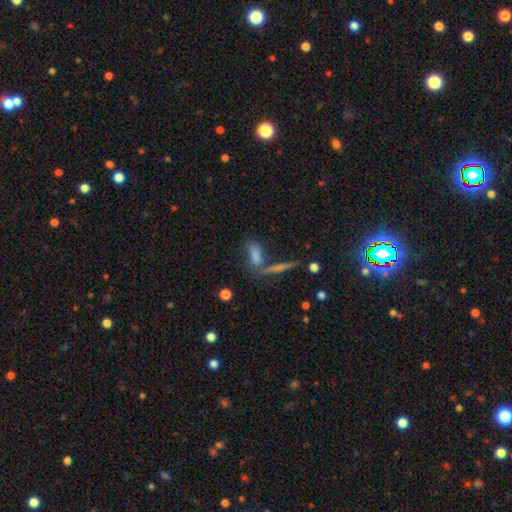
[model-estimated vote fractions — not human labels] Smooth or featured? smooth (56%)
How rounded? in between (49%)
Merging? none (51%)